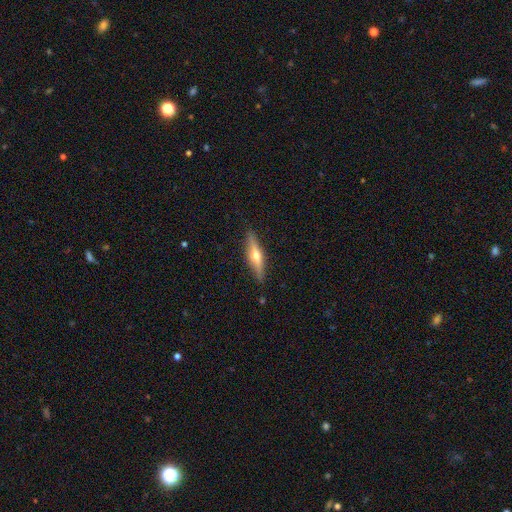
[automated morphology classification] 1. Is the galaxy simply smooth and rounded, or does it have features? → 61% featured or disk, 33% smooth, 6% star or artifact.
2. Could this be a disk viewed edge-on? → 95% yes, 5% no.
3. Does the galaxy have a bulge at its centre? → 93% rounded, 4% none, 3% boxy.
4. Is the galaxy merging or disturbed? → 89% none, 9% minor disturbance, 2% major disturbance, 1% merger.